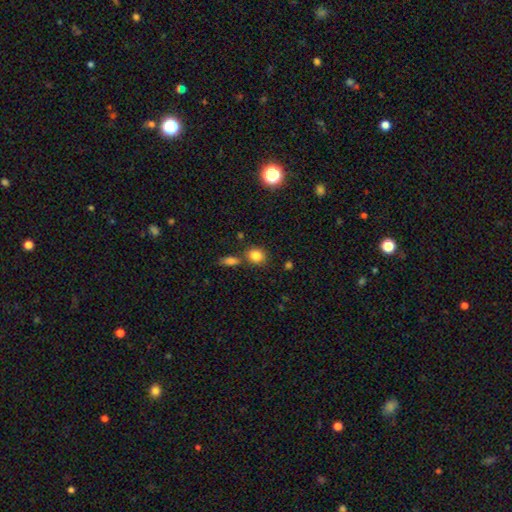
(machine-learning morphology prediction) smooth 84%, star or artifact 10%, featured or disk 6%. Down the decision tree: how rounded — round (62%); merging — none (71%).